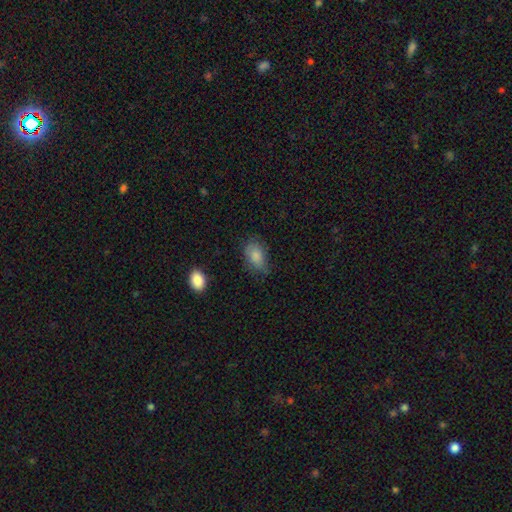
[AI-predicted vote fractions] Q: Smooth or featured?
A: smooth (83%); runner-up: featured or disk (9%)
Q: How rounded?
A: in between (89%); runner-up: round (9%)
Q: Merging?
A: none (61%); runner-up: minor disturbance (29%)